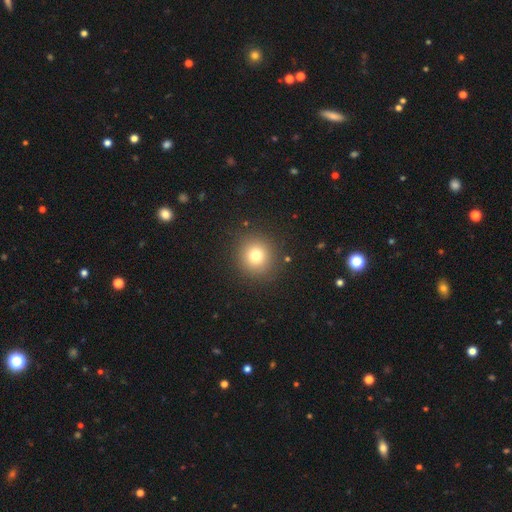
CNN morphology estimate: smooth 77%, star or artifact 14%, featured or disk 9%. Down the decision tree: how rounded — round (90%); merging — none (89%).